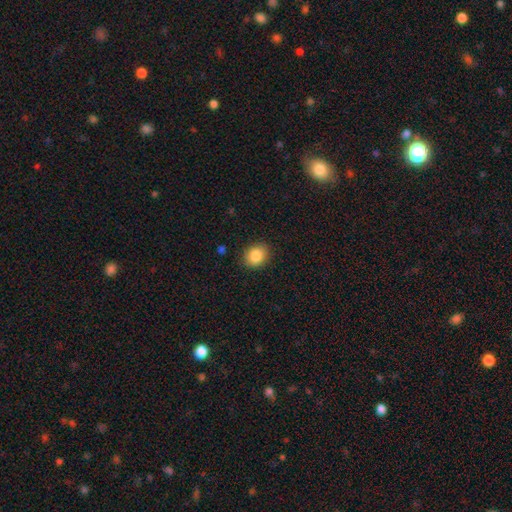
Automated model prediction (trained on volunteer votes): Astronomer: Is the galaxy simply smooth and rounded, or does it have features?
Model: smooth — 86%.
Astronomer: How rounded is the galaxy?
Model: round — 52% (runner-up: in between, 47%).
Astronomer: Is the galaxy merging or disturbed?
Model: none — 88%.